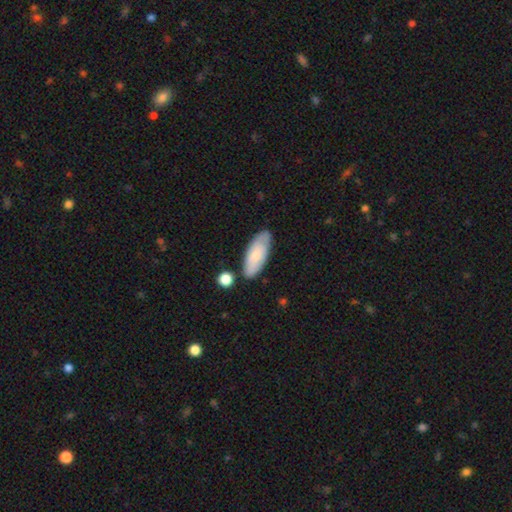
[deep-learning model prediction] A smooth galaxy with no disk features (74%) that is in between round and cigar-shaped (79%). Merging: none (74%).